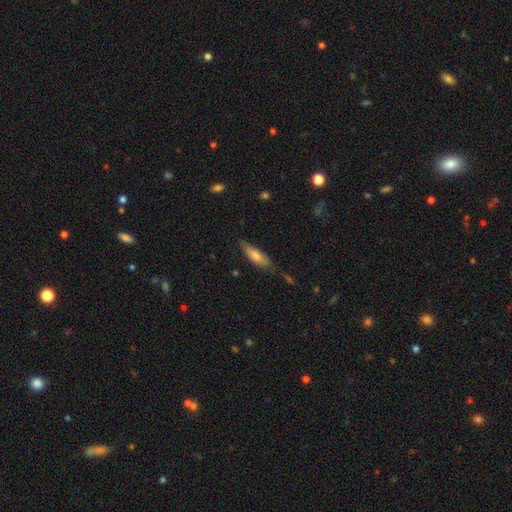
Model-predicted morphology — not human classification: smooth 72%, featured or disk 21%, star or artifact 6%. Down the decision tree: how rounded — in between (51%); merging — none (60%).